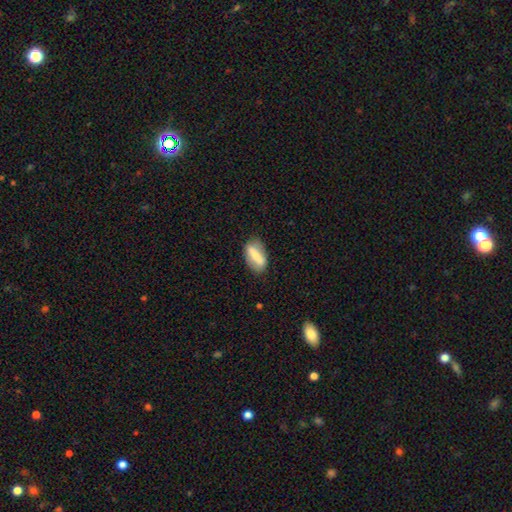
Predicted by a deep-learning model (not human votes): Q: Smooth or featured?
A: smooth (60%); runner-up: featured or disk (33%)
Q: How rounded?
A: in between (78%); runner-up: cigar-shaped (16%)
Q: Merging?
A: none (79%); runner-up: minor disturbance (15%)